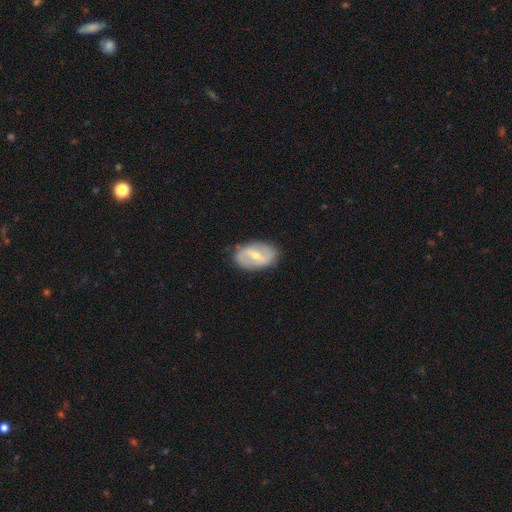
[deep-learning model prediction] A featured or disk galaxy (66%) with a strong bar (43%, tied with weak), spiral arms (60%) and a moderate central bulge (55%). Merging: none (80%).